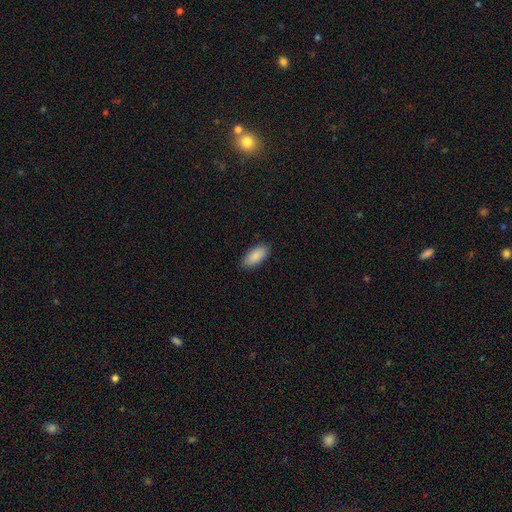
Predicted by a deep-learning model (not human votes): A smooth galaxy with no disk features (90%) that is in between round and cigar-shaped (89%).

Vote fractions:
- Smooth or featured? smooth: 90% / star or artifact: 6% / featured or disk: 5%
- How rounded? in between: 89% / cigar-shaped: 9% / round: 2%
- Merging? none: 88% / minor disturbance: 9% / major disturbance: 2% / merger: 1%